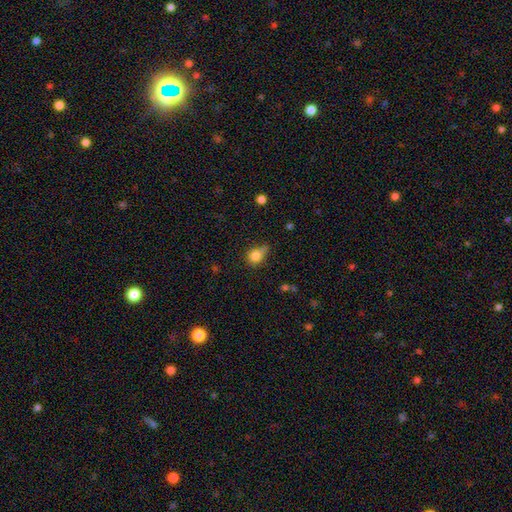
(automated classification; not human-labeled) The model was most divided on "merging": none: 42%, minor disturbance: 36%, major disturbance: 13%, merger: 9%. More confident: smooth or featured — smooth (80%); how rounded — round (68%).